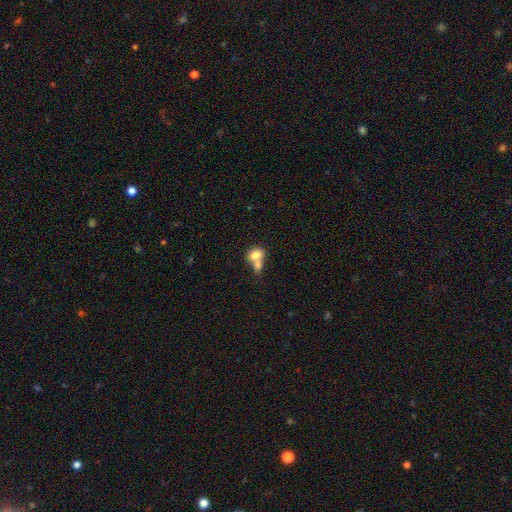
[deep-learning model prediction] Overall: smooth (76%). How rounded: in between (75%). Merging: merger (66%).